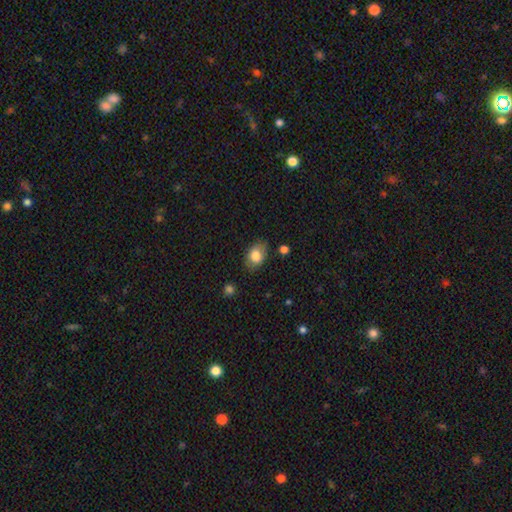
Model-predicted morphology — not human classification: Smooth or featured? smooth (81%)
How rounded? in between (83%)
Merging? none (79%)